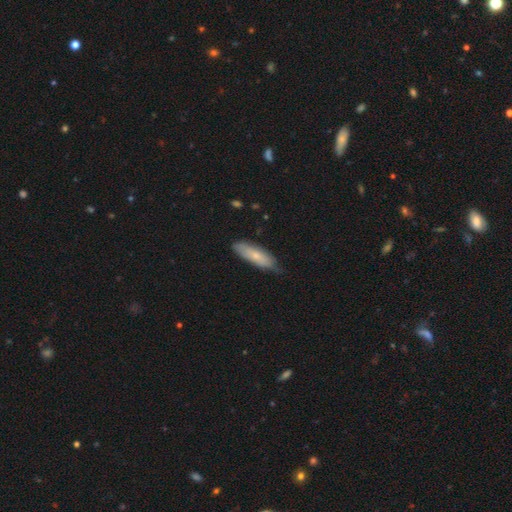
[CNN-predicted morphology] smooth-or-featured: smooth: 69% | featured or disk: 25% | star or artifact: 6%
  how-rounded: in between: 49% (tied) | cigar-shaped: 49% (tied) | round: 2%
  merging: none: 69% | minor disturbance: 26% | major disturbance: 4% | merger: 1%